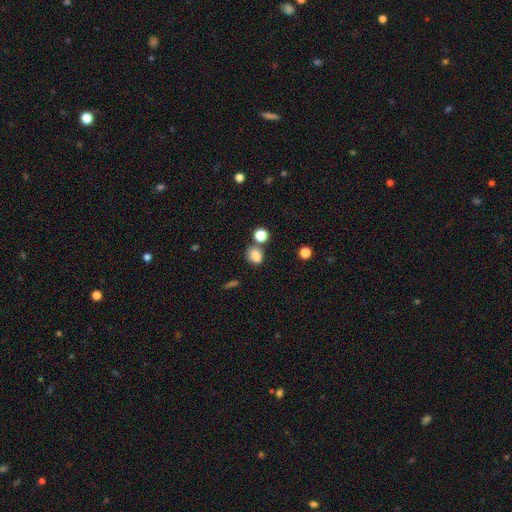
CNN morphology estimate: type=smooth (82%); roundness=in between (51%); merging=none (64%).